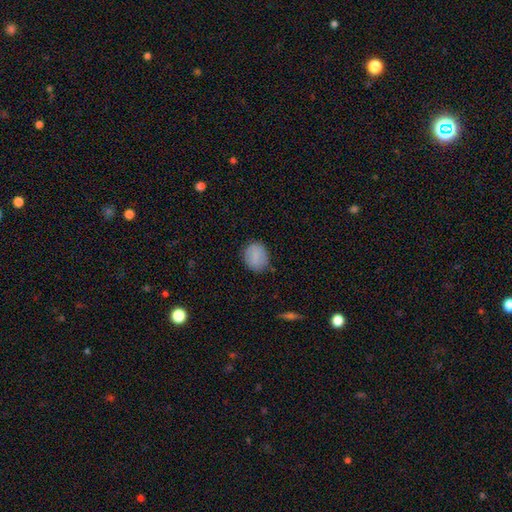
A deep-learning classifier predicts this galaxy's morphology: type=smooth (81%); roundness=round (59%); merging=none (80%).